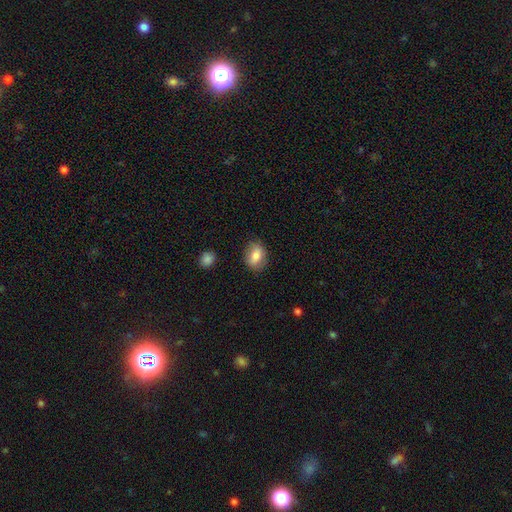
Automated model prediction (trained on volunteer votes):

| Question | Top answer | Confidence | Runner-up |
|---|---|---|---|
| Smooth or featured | smooth | 77% | featured or disk (15%) |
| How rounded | in between | 70% | round (28%) |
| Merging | none | 79% | minor disturbance (16%) |